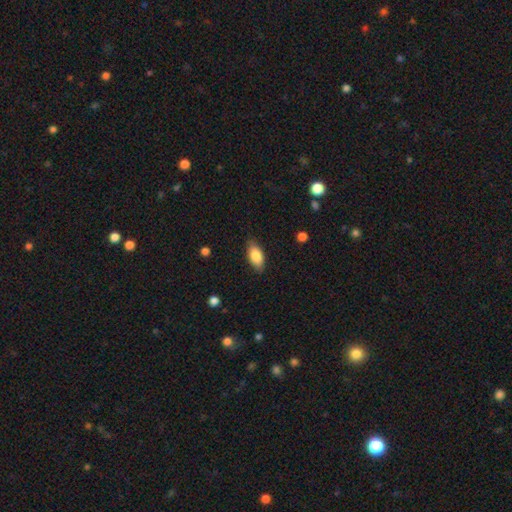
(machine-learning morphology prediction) Smooth or featured?
  - smooth: 84% *
  - featured or disk: 10%
  - star or artifact: 6%
How rounded?
  - in between: 89% *
  - cigar-shaped: 8%
  - round: 3%
Merging?
  - none: 84% *
  - minor disturbance: 12%
  - major disturbance: 3%
  - merger: 1%